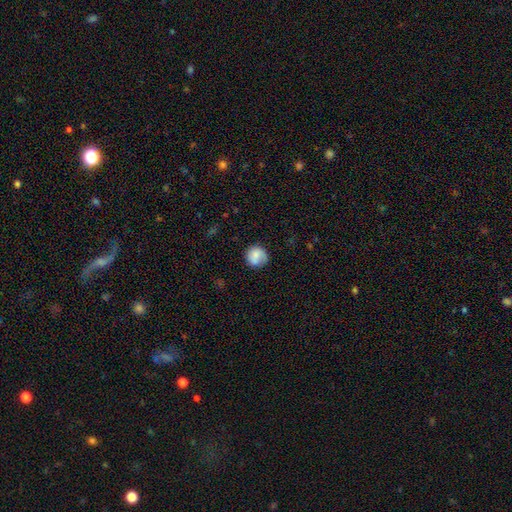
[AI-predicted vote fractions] Smooth or featured?
  - smooth: 74% *
  - featured or disk: 19%
  - star or artifact: 8%
How rounded?
  - round: 90% *
  - in between: 9%
  - cigar-shaped: 1%
Merging?
  - none: 73% *
  - minor disturbance: 19%
  - major disturbance: 6%
  - merger: 2%